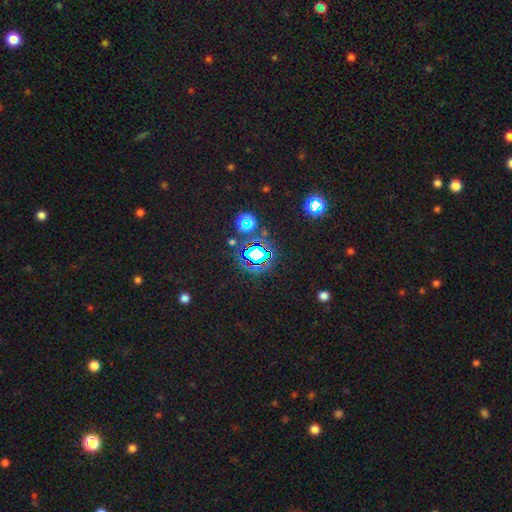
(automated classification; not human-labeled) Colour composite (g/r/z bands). It shows a star or artifact, not a galaxy (72%).